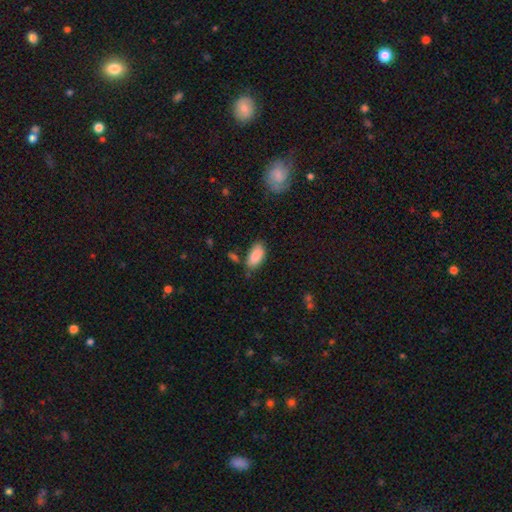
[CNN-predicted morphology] type=smooth (88%); roundness=in between (92%); merging=none (69%).